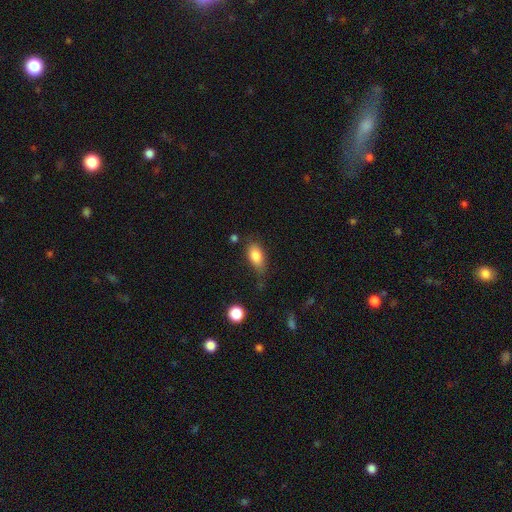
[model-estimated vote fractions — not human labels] Smooth or featured: smooth — 82% (featured or disk — 10%)
How rounded: in between — 86% (round — 8%)
Merging: none — 54% (minor disturbance — 30%)